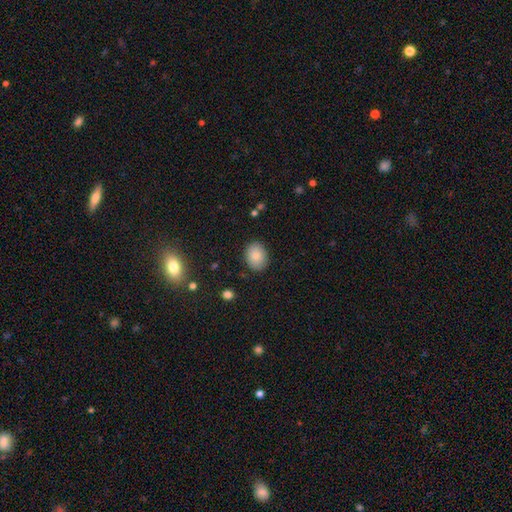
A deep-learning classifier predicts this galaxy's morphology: smooth_or_featured: smooth (p=0.83) [alt: star or artifact p=0.09]
how_rounded: in between (p=0.63) [alt: round p=0.36]
merging: none (p=0.87) [alt: minor disturbance p=0.09]